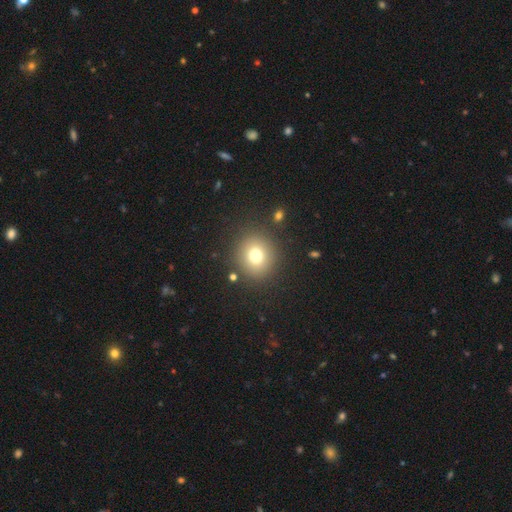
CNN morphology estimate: smooth 75%, star or artifact 14%, featured or disk 11%. Down the decision tree: how rounded — round (87%); merging — none (87%).